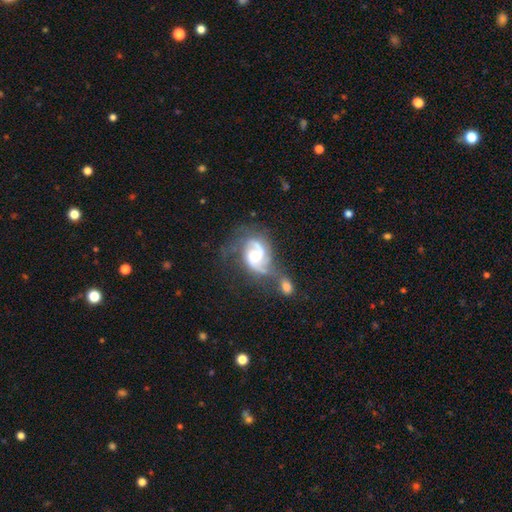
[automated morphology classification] This appears to be a featured or disk galaxy (86%) with no bar (54%), 2 (79%) medium (51%) spiral arms (96%) and a moderate central bulge (57%). Merging: merger (35%).